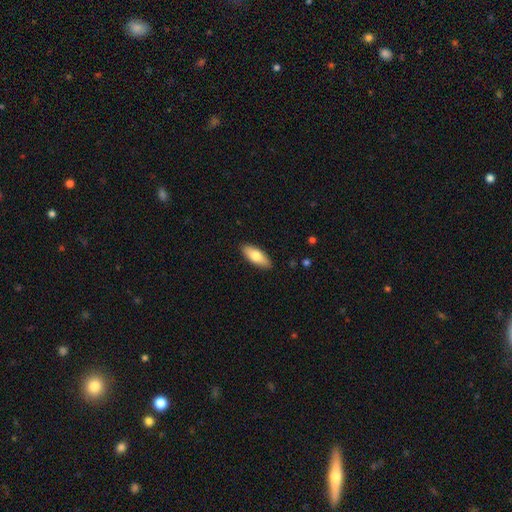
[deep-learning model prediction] A smooth galaxy with no disk features (76%) that is in between round and cigar-shaped (77%). Merging: none (89%).